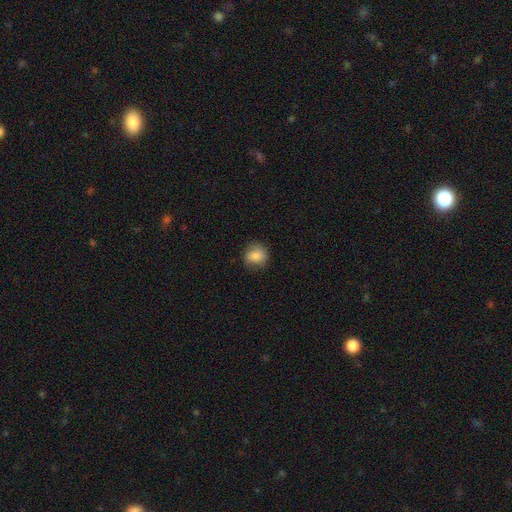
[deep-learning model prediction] Smooth or featured: smooth — 83% (star or artifact — 9%)
How rounded: round — 80% (in between — 19%)
Merging: none — 80% (minor disturbance — 15%)